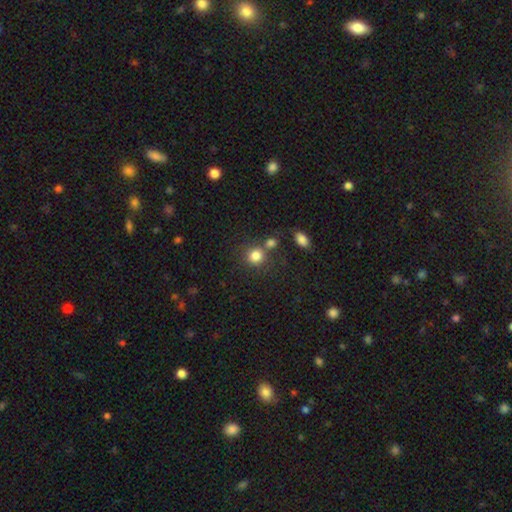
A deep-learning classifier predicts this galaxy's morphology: A smooth galaxy with no disk features (82%) that is round (83%). Merging: none (62%).